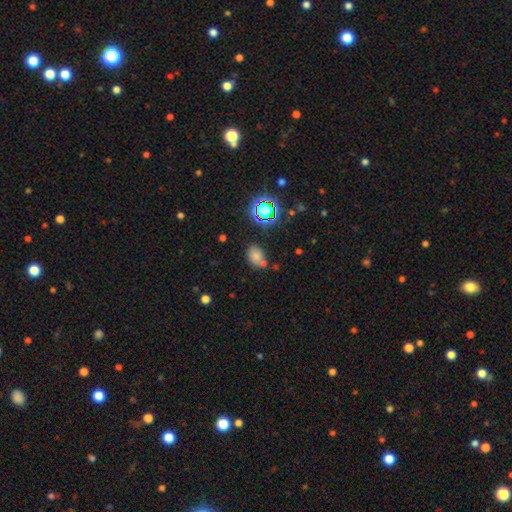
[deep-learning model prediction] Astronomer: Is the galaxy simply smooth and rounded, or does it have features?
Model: smooth — 69%.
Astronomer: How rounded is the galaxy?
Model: in between — 73%.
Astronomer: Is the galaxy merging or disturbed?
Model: none — 63%.